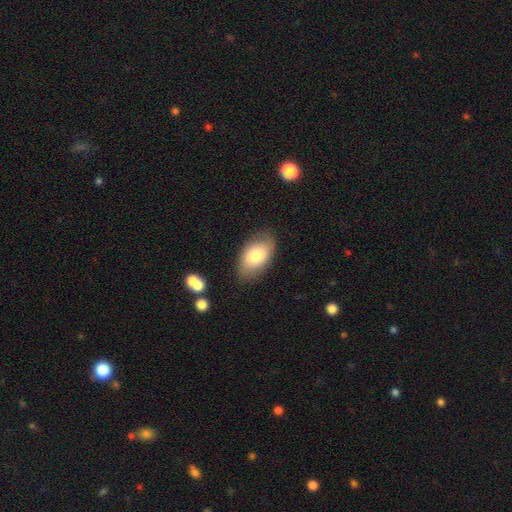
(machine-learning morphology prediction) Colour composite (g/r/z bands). It shows a smooth galaxy with no disk features (76%) that is in between round and cigar-shaped (93%). Merging: none (79%).